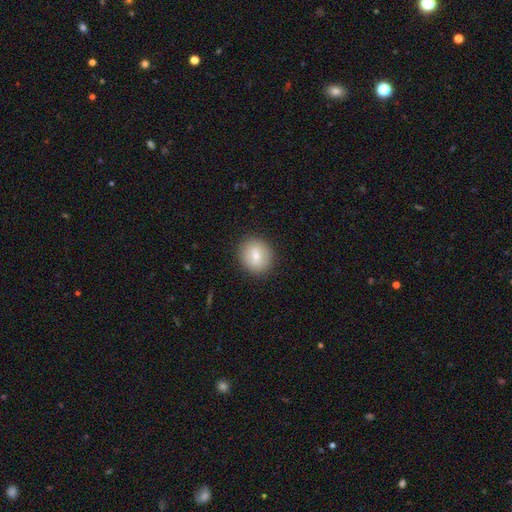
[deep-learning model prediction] Morphology: type=smooth (76%); roundness=round (81%); merging=none (88%).